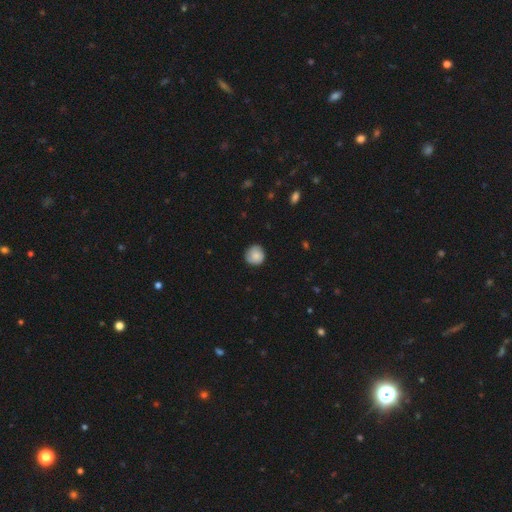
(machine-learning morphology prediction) smooth 77%, featured or disk 16%, star or artifact 7%. Down the decision tree: how rounded — round (92%); merging — none (81%).